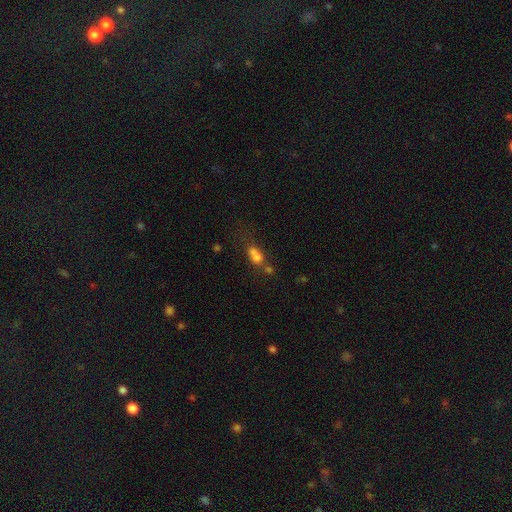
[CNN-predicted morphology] Smooth or featured? Predicted: smooth (p=0.66). How rounded? Predicted: in between (p=0.57). Merging? Predicted: merger (p=0.52).